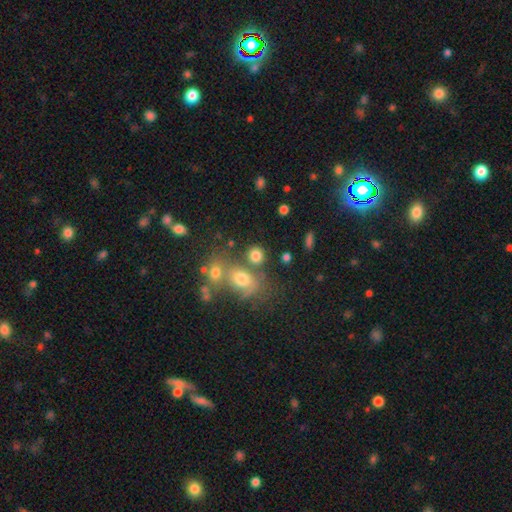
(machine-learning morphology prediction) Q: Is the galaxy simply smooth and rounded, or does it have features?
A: smooth — 77%.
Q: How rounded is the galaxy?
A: round — 71%.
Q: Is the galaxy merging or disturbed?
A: none — 58%.